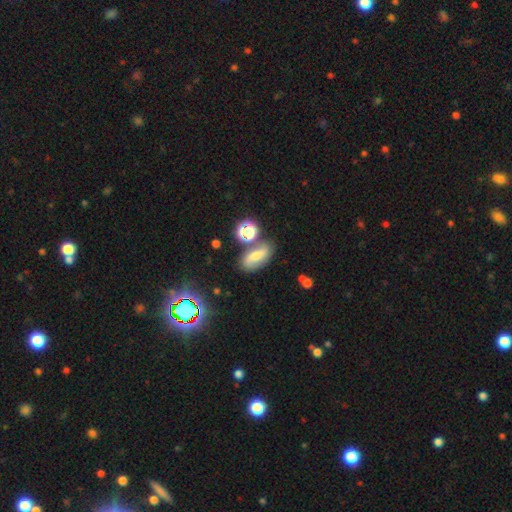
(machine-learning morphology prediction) The model was most divided on "smooth or featured": featured or disk: 44%, smooth: 41%, star or artifact: 16%. More confident: merging — none (68%).